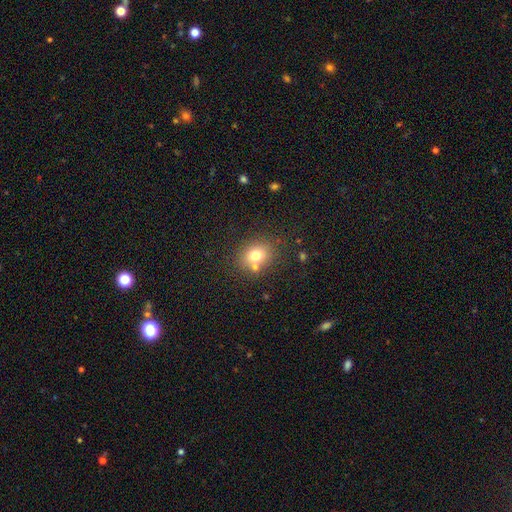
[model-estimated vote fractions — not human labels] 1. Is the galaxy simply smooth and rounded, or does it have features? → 74% smooth, 13% featured or disk, 13% star or artifact.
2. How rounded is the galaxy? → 57% round, 42% in between, 1% cigar-shaped.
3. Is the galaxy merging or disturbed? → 69% none, 15% merger, 12% minor disturbance, 4% major disturbance.